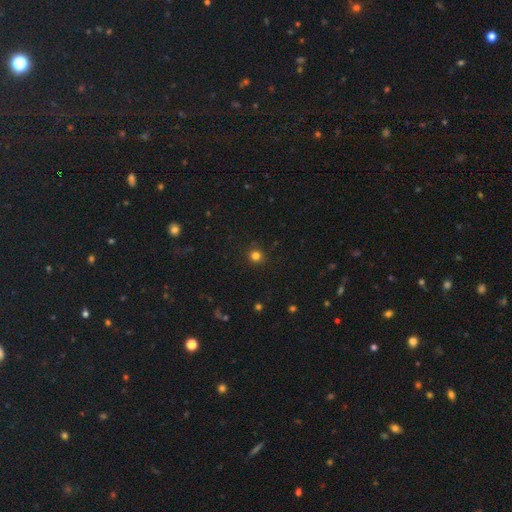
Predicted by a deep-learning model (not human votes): smooth-or-featured: smooth: 80% | star or artifact: 15% | featured or disk: 4%
  how-rounded: round: 92% | in between: 7% | cigar-shaped: 1%
  merging: none: 89% | minor disturbance: 8% | major disturbance: 2% | merger: 1%